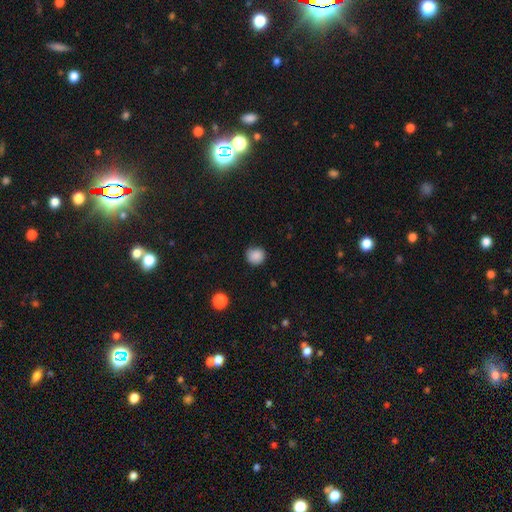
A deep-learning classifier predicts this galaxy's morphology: type=smooth (87%); roundness=round (89%); merging=none (85%).